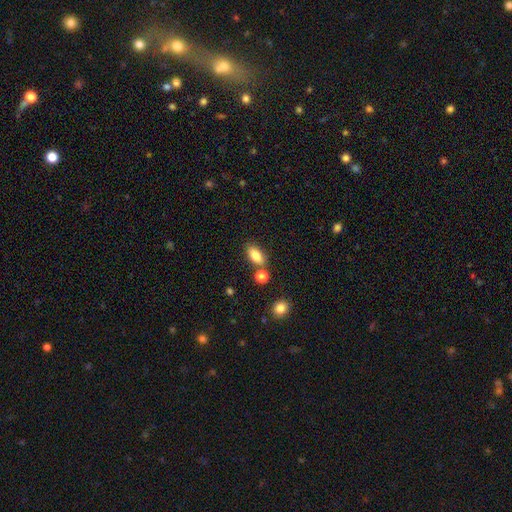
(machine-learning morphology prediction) type=smooth (83%); roundness=in between (86%); merging=none (74%).